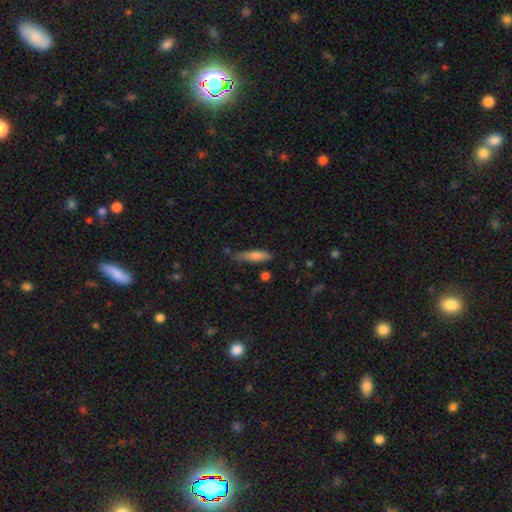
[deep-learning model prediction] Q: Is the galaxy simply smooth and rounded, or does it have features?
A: smooth — 71%.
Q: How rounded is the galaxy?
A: cigar-shaped — 77%.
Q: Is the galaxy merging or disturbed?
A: none — 60%.